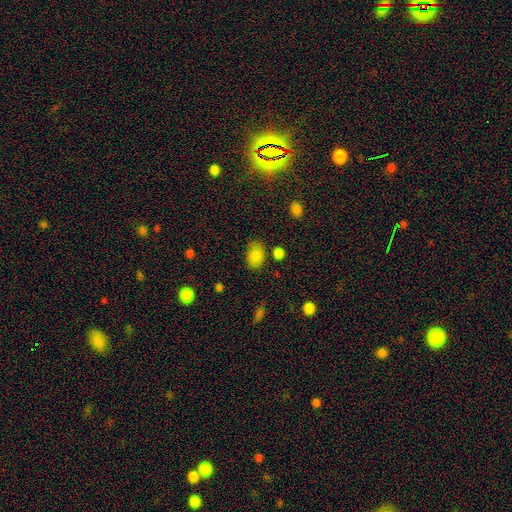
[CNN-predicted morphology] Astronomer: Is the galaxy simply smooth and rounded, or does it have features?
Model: smooth — 83%.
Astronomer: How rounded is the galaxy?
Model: in between — 80%.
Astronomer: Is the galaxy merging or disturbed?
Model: none — 72%.